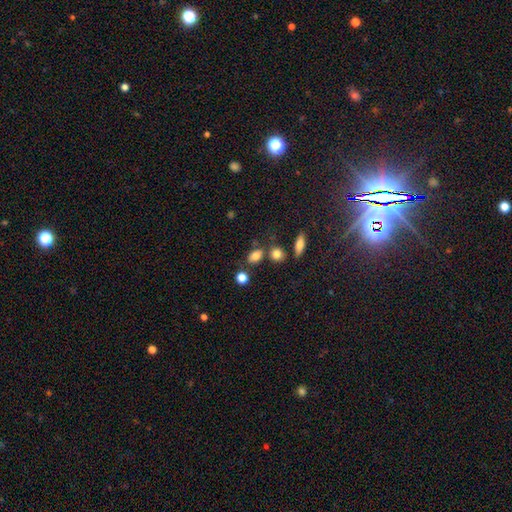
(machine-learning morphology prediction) Smooth or featured? Predicted: smooth (p=0.81). How rounded? Predicted: in between (p=0.74). Merging? Predicted: none (p=0.68).